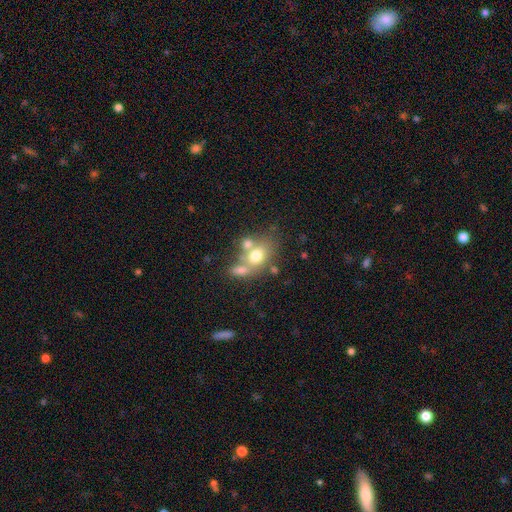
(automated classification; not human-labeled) smooth_or_featured: smooth (p=0.67) [alt: featured or disk p=0.22]
how_rounded: in between (p=0.63) [alt: round p=0.35]
merging: merger (p=0.43) [alt: none p=0.38]